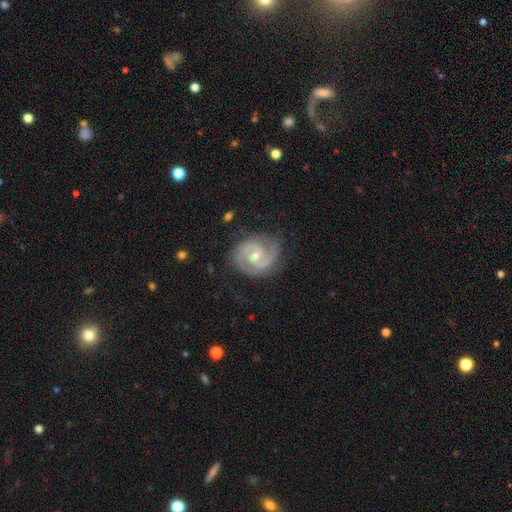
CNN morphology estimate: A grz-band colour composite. It shows a featured or disk galaxy (91%) with no bar (51%), 2 (86%) tight (56%) spiral arms (98%) and a small central bulge (58%). Merging: none (79%).